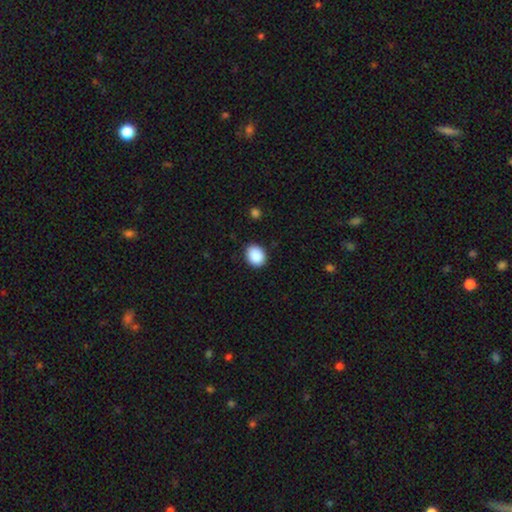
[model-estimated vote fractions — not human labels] Smooth or featured? Predicted: smooth (p=0.89). How rounded? Predicted: round (p=0.59). Merging? Predicted: none (p=0.89).